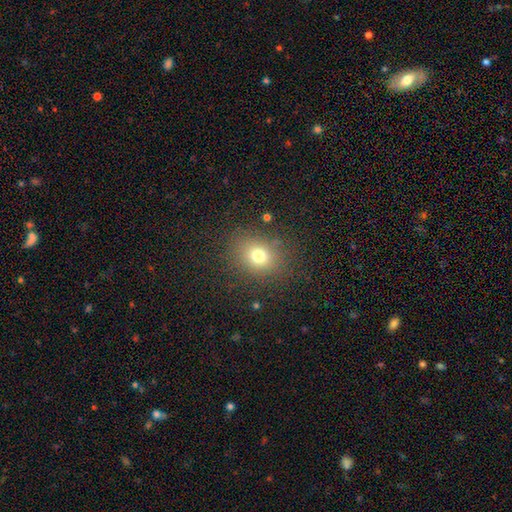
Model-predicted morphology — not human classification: Smooth or featured? Predicted: smooth (p=0.68). How rounded? Predicted: round (p=0.68). Merging? Predicted: none (p=0.91).